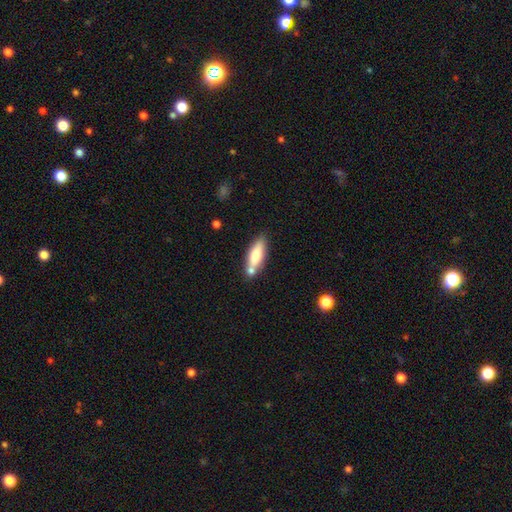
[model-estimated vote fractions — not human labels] Smooth or featured? Predicted: smooth (p=0.68). How rounded? Predicted: in between (p=0.52). Merging? Predicted: none (p=0.63).